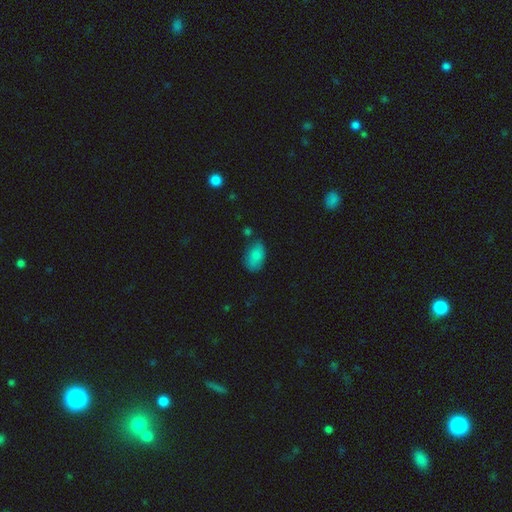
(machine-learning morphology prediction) Overall: smooth (84%). How rounded: in between (90%). Merging: none (64%; minor disturbance 26%).